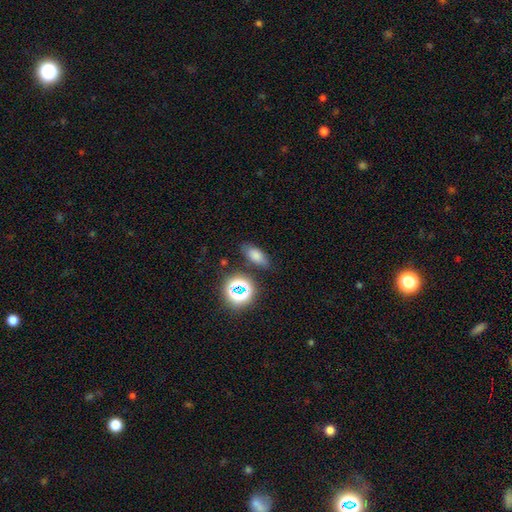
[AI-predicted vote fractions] The model was most divided on "smooth or featured": smooth: 72%, star or artifact: 18%, featured or disk: 10%. More confident: merging — none (80%); how rounded — in between (77%).